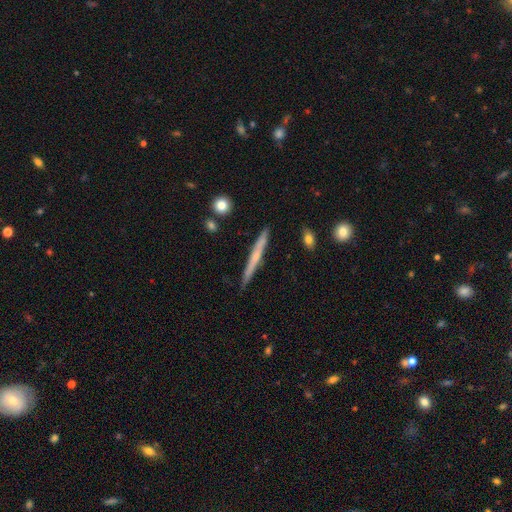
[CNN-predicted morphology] Overall: featured or disk (54%; smooth 40%). Edge-on disk: yes (97%). Edge-on bulge: none (64%; rounded 30%). Merging: none (89%).